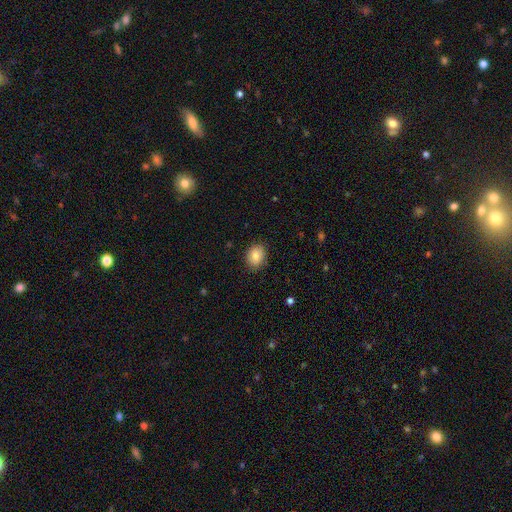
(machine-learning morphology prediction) Overall: smooth (86%). How rounded: in between (56%; round 43%). Merging: none (87%).